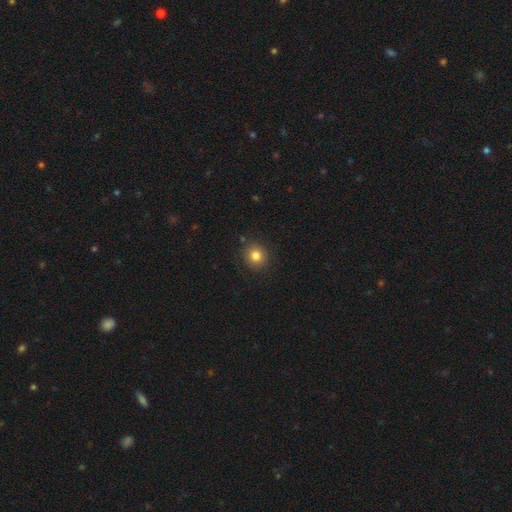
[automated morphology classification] Q: Smooth or featured?
A: smooth (82%); runner-up: star or artifact (11%)
Q: How rounded?
A: round (88%); runner-up: in between (12%)
Q: Merging?
A: none (88%); runner-up: minor disturbance (8%)